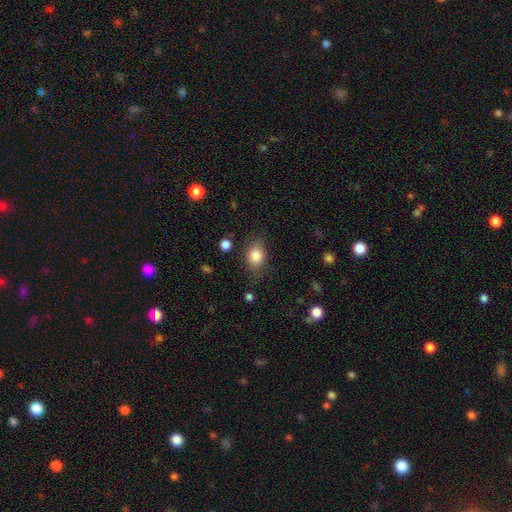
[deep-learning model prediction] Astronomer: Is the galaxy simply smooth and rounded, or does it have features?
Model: smooth — 82%.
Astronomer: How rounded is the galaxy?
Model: in between — 67%.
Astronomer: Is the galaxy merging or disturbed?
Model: none — 75%.